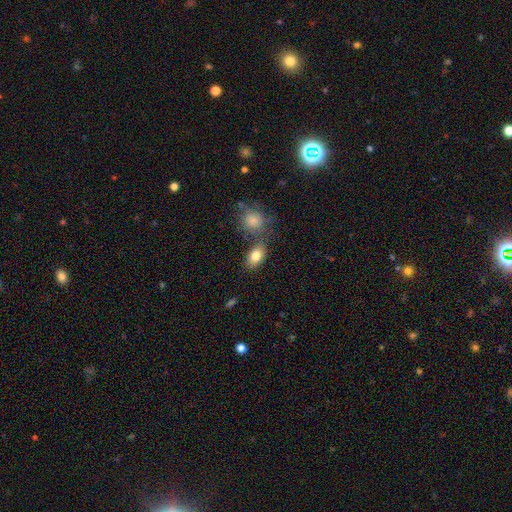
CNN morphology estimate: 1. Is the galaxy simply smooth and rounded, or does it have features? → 82% smooth, 10% featured or disk, 8% star or artifact.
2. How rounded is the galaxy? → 85% in between, 13% round, 2% cigar-shaped.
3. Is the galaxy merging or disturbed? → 61% none, 21% merger, 14% minor disturbance, 5% major disturbance.